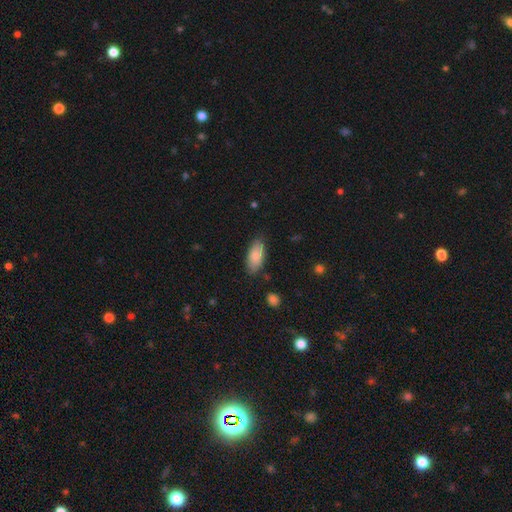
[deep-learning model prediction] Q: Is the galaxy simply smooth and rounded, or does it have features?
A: smooth — 84%.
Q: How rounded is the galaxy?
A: in between — 89%.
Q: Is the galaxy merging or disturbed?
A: none — 80%.